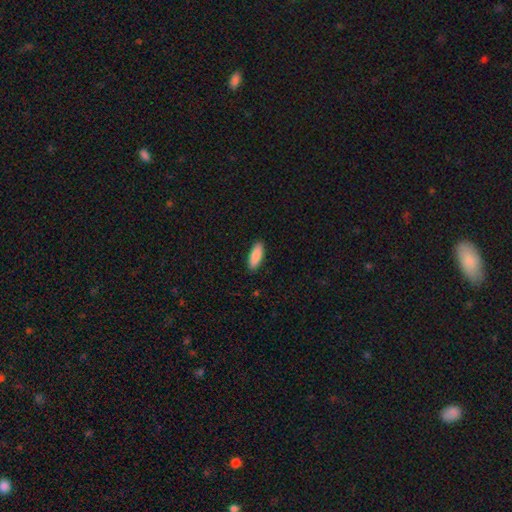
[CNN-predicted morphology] smooth-or-featured: smooth: 90% | star or artifact: 6% | featured or disk: 5%
  how-rounded: in between: 66% | cigar-shaped: 32% | round: 2%
  merging: none: 90% | minor disturbance: 7% | major disturbance: 2% | merger: 1%